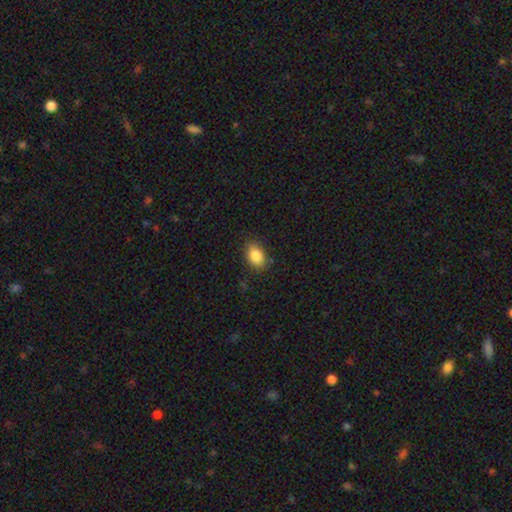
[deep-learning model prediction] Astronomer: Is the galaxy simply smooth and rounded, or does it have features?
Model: smooth — 86%.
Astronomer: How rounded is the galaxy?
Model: in between — 83%.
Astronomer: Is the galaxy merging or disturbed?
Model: none — 82%.